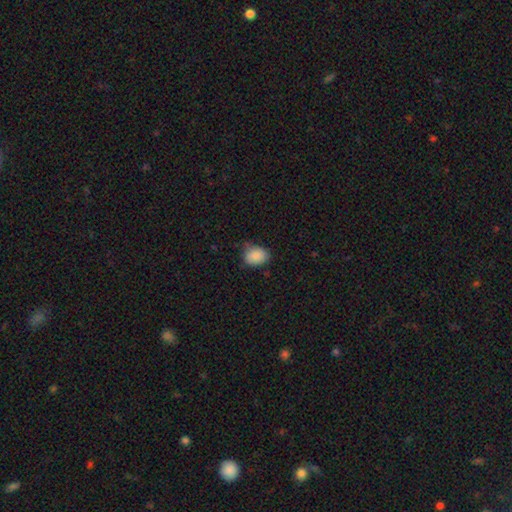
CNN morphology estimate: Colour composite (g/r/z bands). It shows a smooth galaxy with no disk features (87%) that is in between round and cigar-shaped (65%). Merging: none (60%).